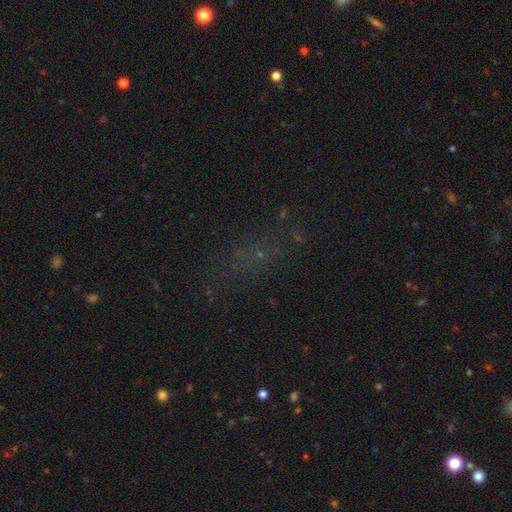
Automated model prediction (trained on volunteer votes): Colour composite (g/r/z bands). It shows a star or artifact, not a galaxy (42%).